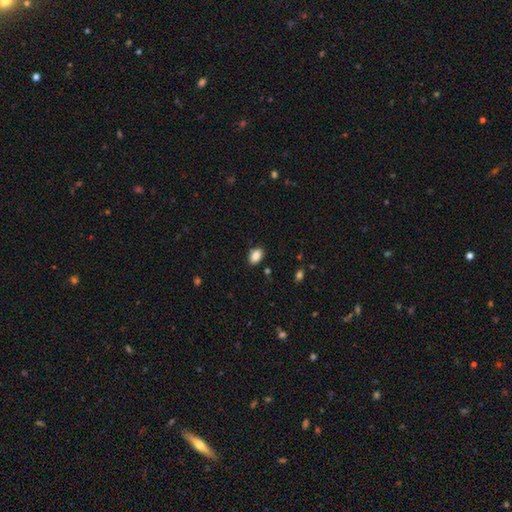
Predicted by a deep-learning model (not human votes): smooth-or-featured: smooth: 87% | star or artifact: 8% | featured or disk: 4%
  how-rounded: in between: 87% | round: 12% | cigar-shaped: 1%
  merging: none: 84% | minor disturbance: 12% | major disturbance: 2% | merger: 2%